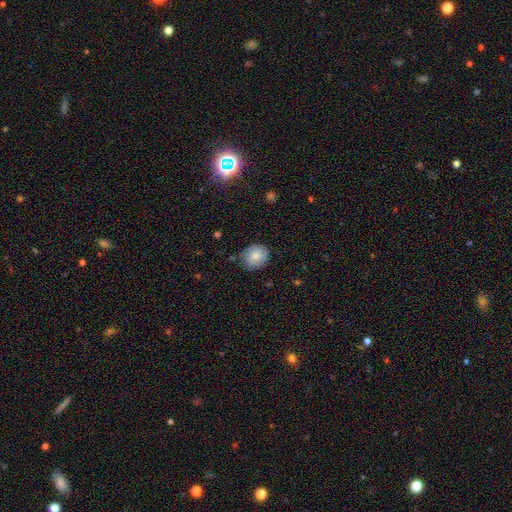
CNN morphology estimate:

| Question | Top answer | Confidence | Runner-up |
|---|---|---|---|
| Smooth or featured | smooth | 82% | featured or disk (10%) |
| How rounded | round | 76% | in between (23%) |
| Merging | none | 80% | minor disturbance (16%) |